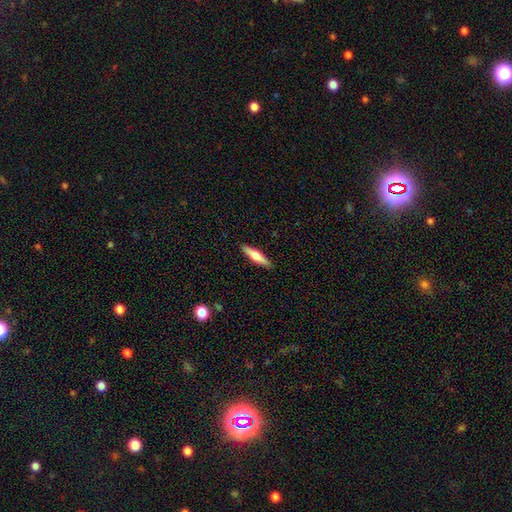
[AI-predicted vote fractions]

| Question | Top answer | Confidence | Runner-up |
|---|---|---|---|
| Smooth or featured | smooth | 60% | featured or disk (35%) |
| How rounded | cigar-shaped | 79% | in between (19%) |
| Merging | none | 90% | minor disturbance (7%) |